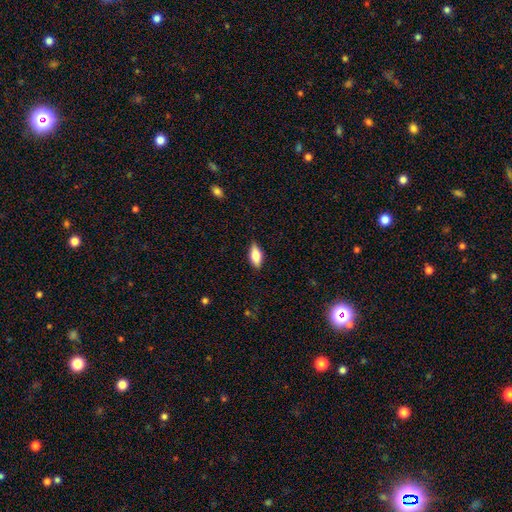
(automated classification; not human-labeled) This is likely a smooth galaxy (70%). How rounded: likely in between (79%). Merging: clearly none (86%).